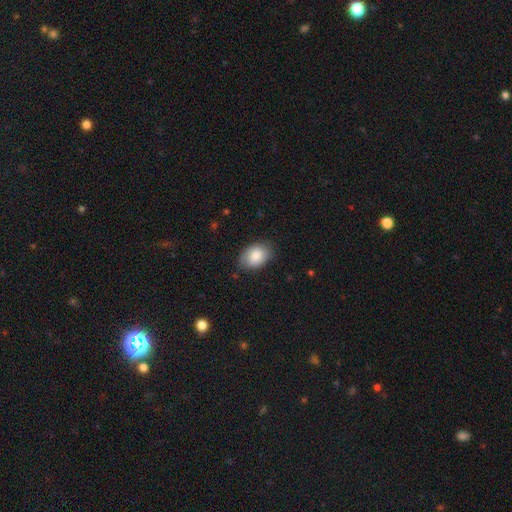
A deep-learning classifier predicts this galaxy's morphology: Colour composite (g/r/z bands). It shows a smooth galaxy with no disk features (81%) that is in between round and cigar-shaped (84%). Merging: none (78%).